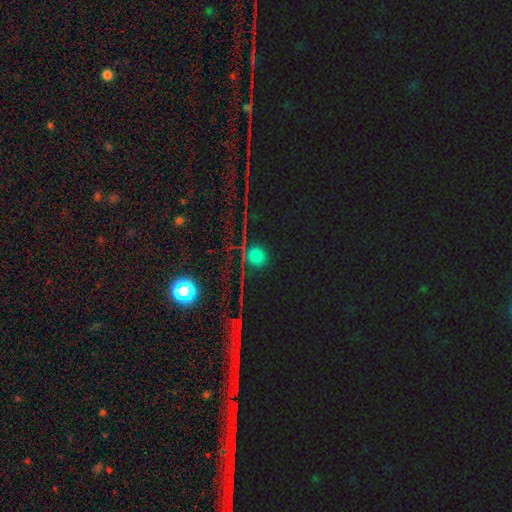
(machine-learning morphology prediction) Overall: star or artifact (53%; smooth 40%).